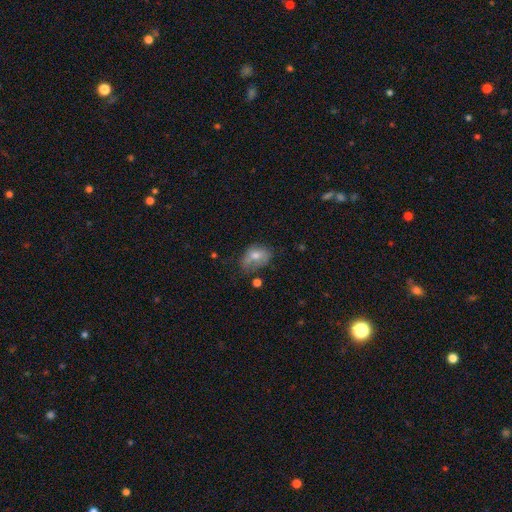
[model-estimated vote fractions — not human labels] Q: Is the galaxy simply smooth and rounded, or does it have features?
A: smooth — 67%.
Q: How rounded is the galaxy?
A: in between — 75%.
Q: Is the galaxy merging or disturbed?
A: none — 34%.